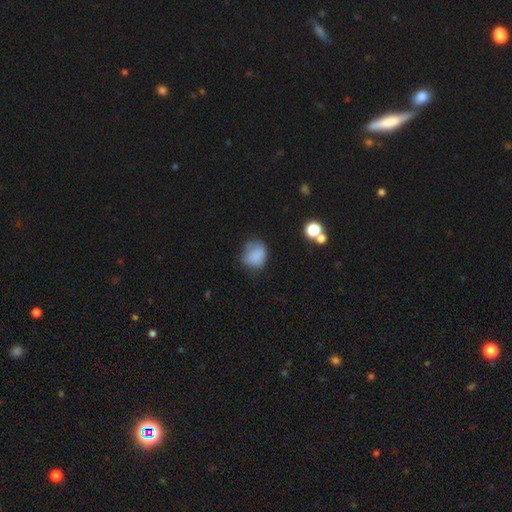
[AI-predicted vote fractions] Overall: smooth (80%). How rounded: round (66%; in between 33%). Merging: none (54%; minor disturbance 30%).